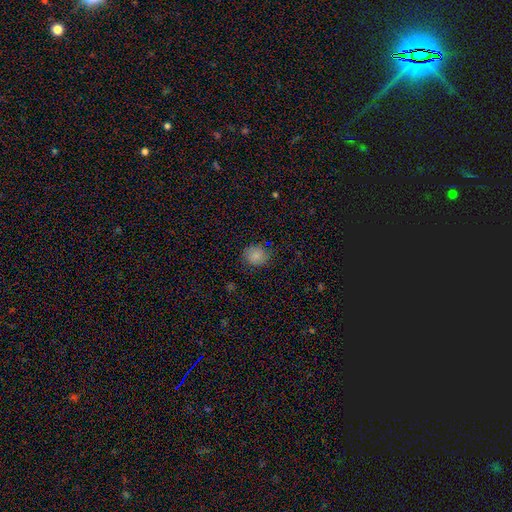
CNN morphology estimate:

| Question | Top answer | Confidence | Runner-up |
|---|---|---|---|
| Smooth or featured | smooth | 84% | star or artifact (9%) |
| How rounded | round | 67% | in between (32%) |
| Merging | none | 80% | minor disturbance (15%) |